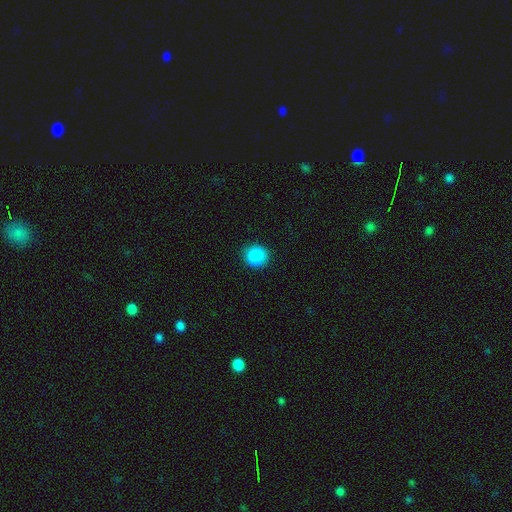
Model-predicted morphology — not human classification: A smooth galaxy with no disk features (88%) that is round (85%).

Vote fractions:
- Smooth or featured? smooth: 88% / star or artifact: 9% / featured or disk: 3%
- How rounded? round: 85% / in between: 15% / cigar-shaped: 1%
- Merging? none: 88% / minor disturbance: 9% / major disturbance: 2% / merger: 1%